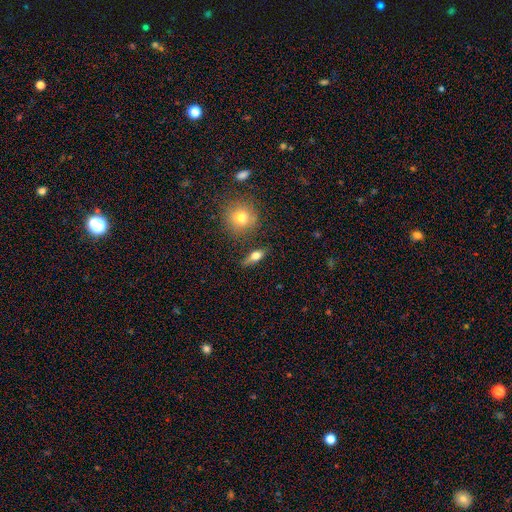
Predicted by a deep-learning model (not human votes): A smooth galaxy with no disk features (67%) that is in between round and cigar-shaped (61%).

Vote fractions:
- Smooth or featured? smooth: 67% / featured or disk: 24% / star or artifact: 9%
- How rounded? in between: 61% / cigar-shaped: 25% / round: 14%
- Merging? none: 74% / minor disturbance: 16% / merger: 5% / major disturbance: 5%